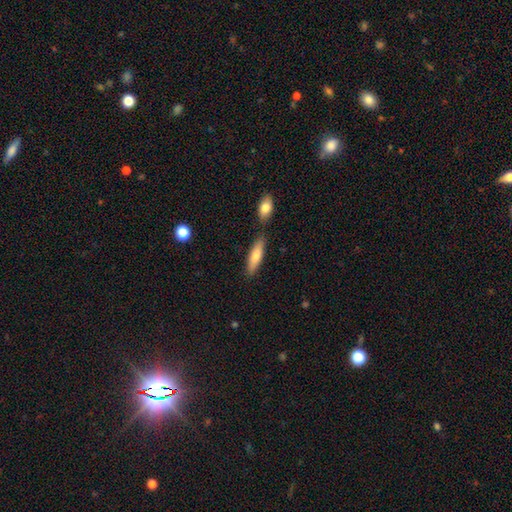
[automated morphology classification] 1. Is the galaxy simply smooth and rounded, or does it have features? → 73% smooth, 21% featured or disk, 6% star or artifact.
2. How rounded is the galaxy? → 64% cigar-shaped, 34% in between, 2% round.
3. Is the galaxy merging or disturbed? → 75% none, 12% minor disturbance, 11% merger, 3% major disturbance.